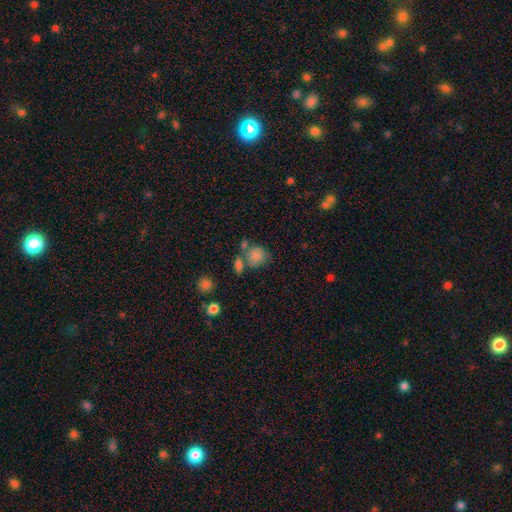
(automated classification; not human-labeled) Smooth or featured? smooth (80%)
How rounded? round (71%)
Merging? none (45%)